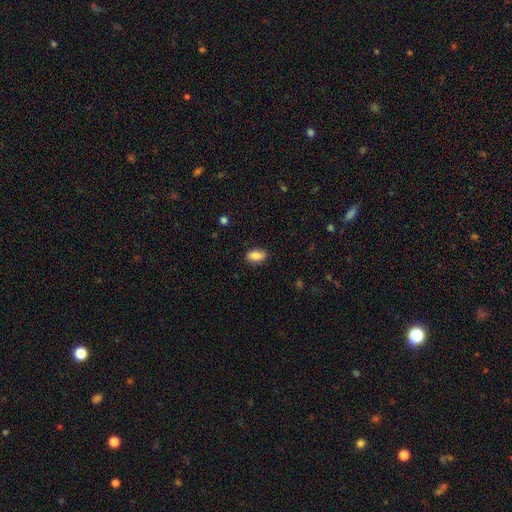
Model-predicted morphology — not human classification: This appears to be a smooth galaxy with no disk features (85%) that is in between round and cigar-shaped (90%). Merging: none (86%).